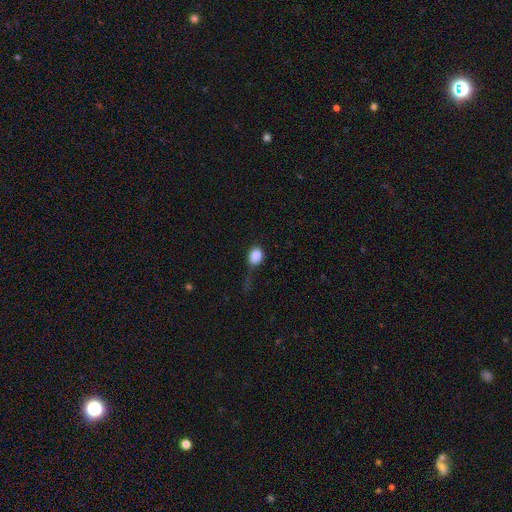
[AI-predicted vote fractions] smooth_or_featured: smooth (p=0.84) [alt: star or artifact p=0.09]
how_rounded: round (p=0.52) [alt: in between p=0.46]
merging: none (p=0.43) [alt: minor disturbance p=0.29]